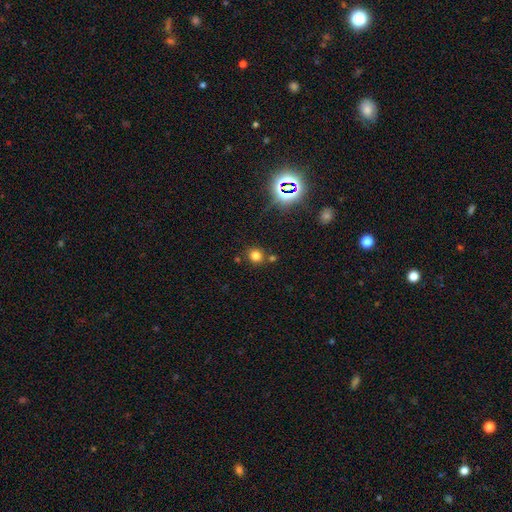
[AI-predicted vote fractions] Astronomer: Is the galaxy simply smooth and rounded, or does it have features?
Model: smooth — 75%.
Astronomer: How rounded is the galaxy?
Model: round — 86%.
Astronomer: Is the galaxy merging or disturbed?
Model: none — 78%.